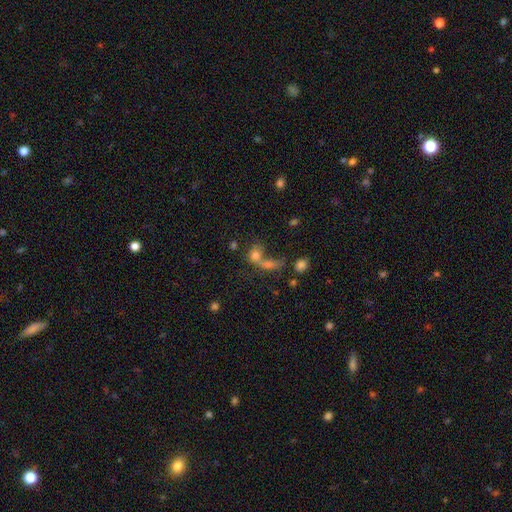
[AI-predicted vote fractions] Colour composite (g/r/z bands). It shows a smooth galaxy with no disk features (68%) that is round (49%). Merging: merger (56%).